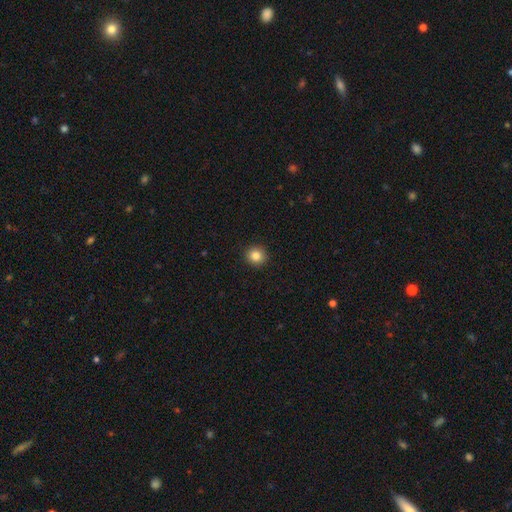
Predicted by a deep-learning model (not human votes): smooth-or-featured: smooth: 84% | star or artifact: 11% | featured or disk: 5%
  how-rounded: round: 92% | in between: 7% | cigar-shaped: 1%
  merging: none: 93% | minor disturbance: 5% | major disturbance: 2% | merger: 1%